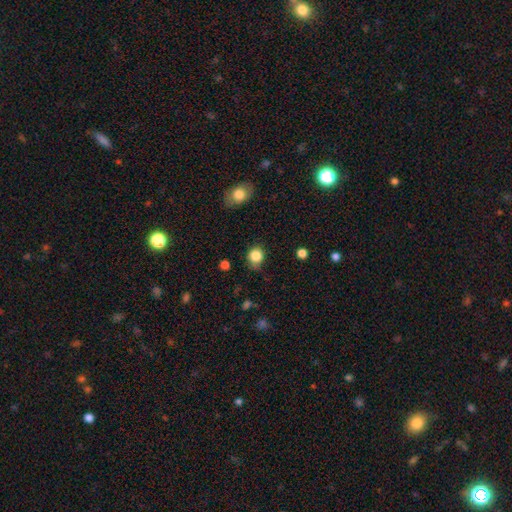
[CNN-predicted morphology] smooth-or-featured: smooth: 85% | star or artifact: 10% | featured or disk: 5%
  how-rounded: round: 79% | in between: 20% | cigar-shaped: 1%
  merging: none: 66% | minor disturbance: 26% | major disturbance: 6% | merger: 2%